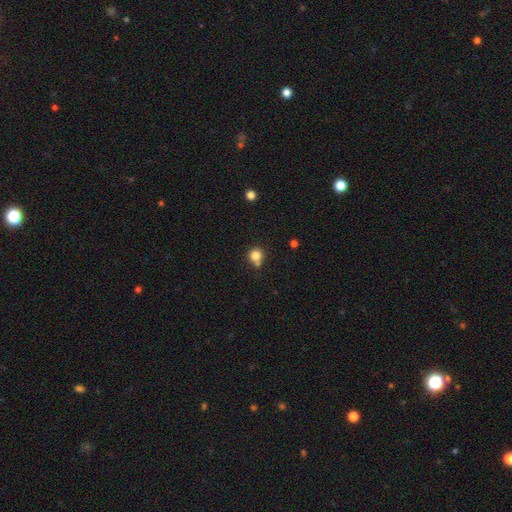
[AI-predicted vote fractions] Smooth or featured?
  - smooth: 82% *
  - star or artifact: 12%
  - featured or disk: 7%
How rounded?
  - round: 91% *
  - in between: 8%
  - cigar-shaped: 1%
Merging?
  - none: 65% *
  - merger: 19%
  - minor disturbance: 12%
  - major disturbance: 4%